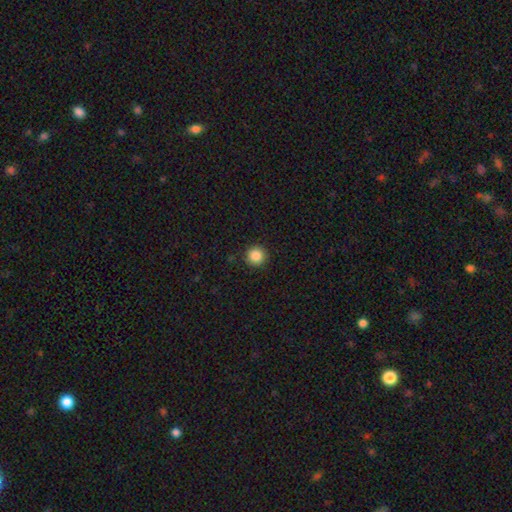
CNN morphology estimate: type=smooth (87%); roundness=round (96%); merging=none (92%).